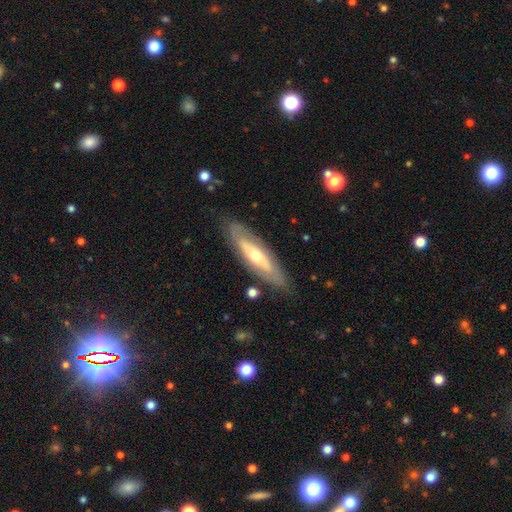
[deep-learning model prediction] A featured or disk galaxy (64%). Merging: none (80%).